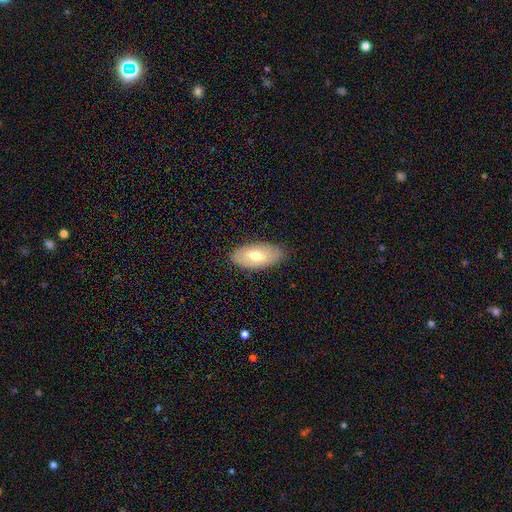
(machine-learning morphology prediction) Smooth or featured: smooth — 59% (featured or disk — 35%)
How rounded: in between — 91% (cigar-shaped — 6%)
Merging: none — 84% (minor disturbance — 13%)